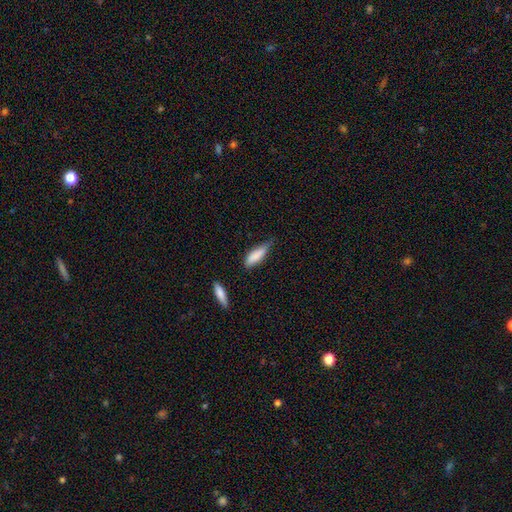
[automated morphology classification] Smooth or featured? Predicted: smooth (p=0.84). How rounded? Predicted: cigar-shaped (p=0.52). Merging? Predicted: none (p=0.48).